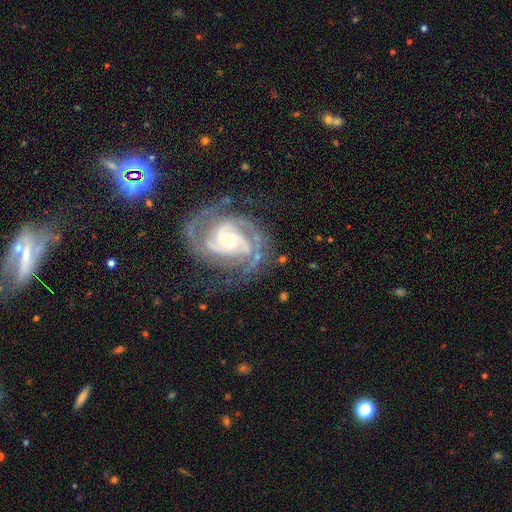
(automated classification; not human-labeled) A featured or disk galaxy (91%) with no bar (55%), 2 (61%) tight (57%) spiral arms (98%) and a small central bulge (61%). Merging: none (73%).